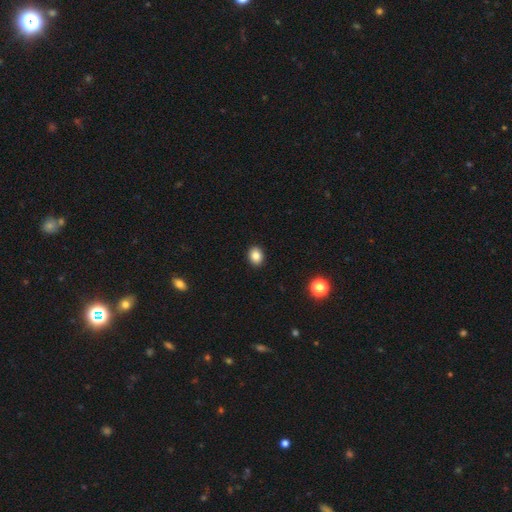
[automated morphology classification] type=smooth (85%); roundness=in between (50%); merging=none (92%).